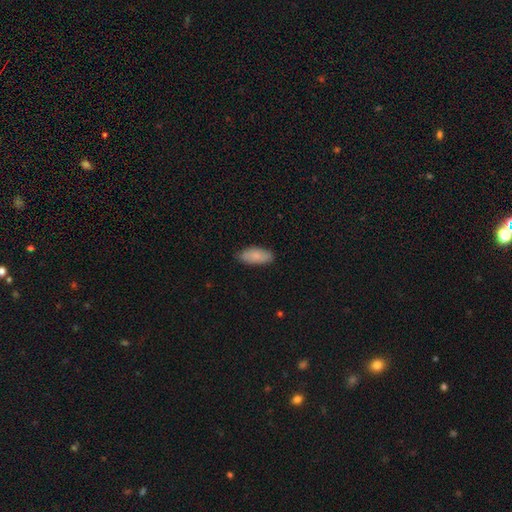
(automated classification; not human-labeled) Smooth or featured?
  - smooth: 80% *
  - featured or disk: 14%
  - star or artifact: 6%
How rounded?
  - in between: 88% *
  - cigar-shaped: 9%
  - round: 2%
Merging?
  - none: 81% *
  - minor disturbance: 16%
  - major disturbance: 2%
  - merger: 1%